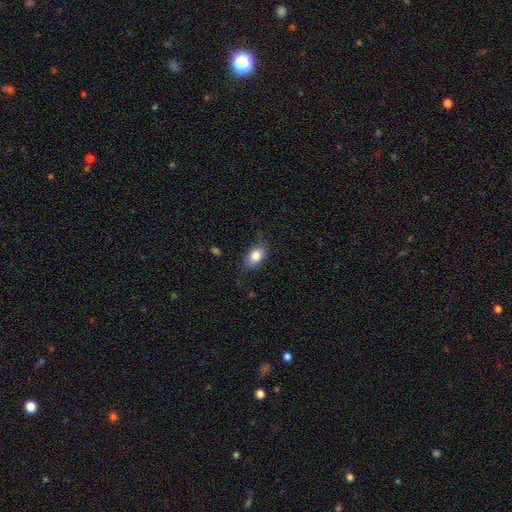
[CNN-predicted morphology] This is clearly a smooth galaxy (82%). How rounded: clearly in between (81%). Merging: likely none (74%).